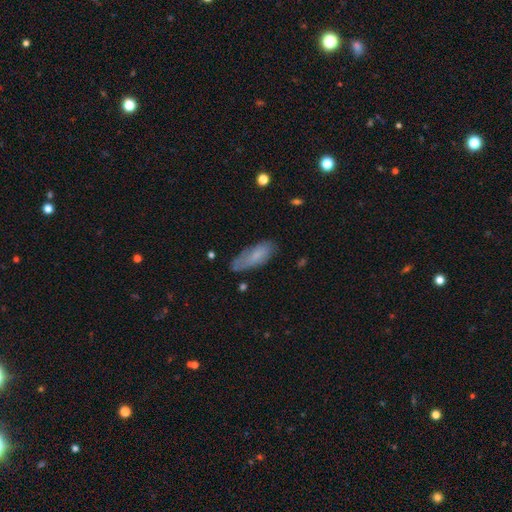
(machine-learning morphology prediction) Q: Smooth or featured?
A: smooth (68%); runner-up: featured or disk (25%)
Q: How rounded?
A: in between (69%); runner-up: cigar-shaped (29%)
Q: Merging?
A: none (62%); runner-up: minor disturbance (27%)